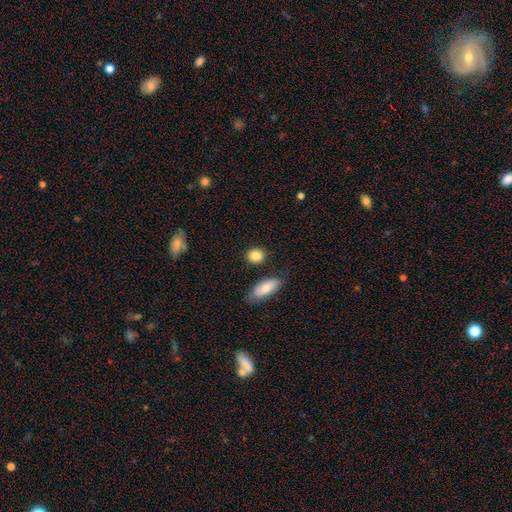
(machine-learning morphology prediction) Smooth or featured? smooth (86%)
How rounded? round (62%)
Merging? none (81%)